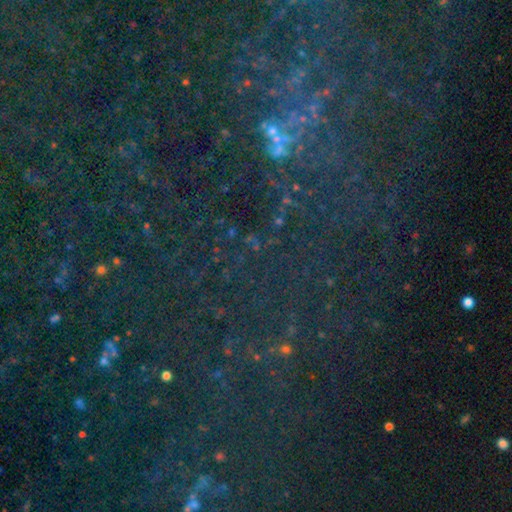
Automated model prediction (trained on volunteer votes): Morphology: type=star or artifact (79%).